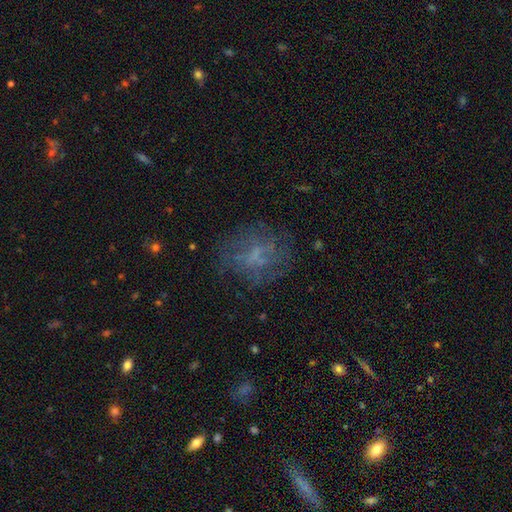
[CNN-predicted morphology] A featured or disk galaxy (45%). Merging: none (63%).